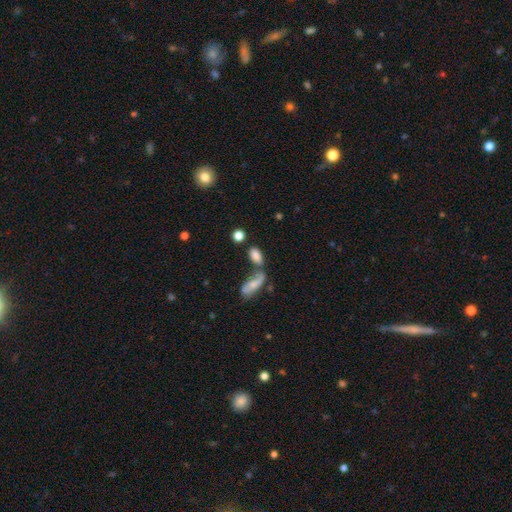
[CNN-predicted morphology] Smooth or featured? Predicted: smooth (p=0.79). How rounded? Predicted: in between (p=0.82). Merging? Predicted: none (p=0.43).